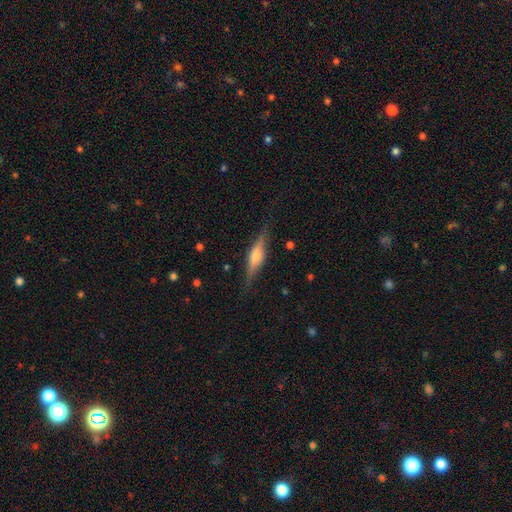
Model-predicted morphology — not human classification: type=featured or disk (62%); edge-on=yes (96%); edge-on bulge=rounded (70%); merging=none (83%).